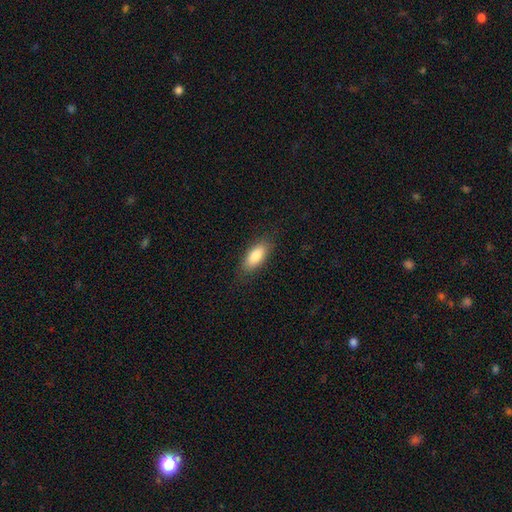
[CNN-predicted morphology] Smooth or featured?
  - smooth: 83% *
  - featured or disk: 11%
  - star or artifact: 6%
How rounded?
  - in between: 82% *
  - cigar-shaped: 16%
  - round: 2%
Merging?
  - none: 84% *
  - minor disturbance: 12%
  - major disturbance: 3%
  - merger: 1%